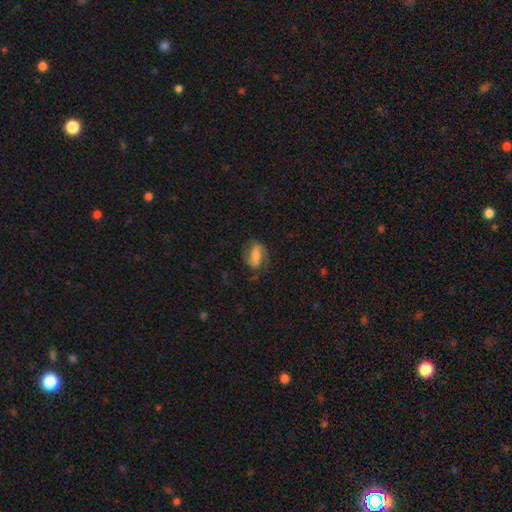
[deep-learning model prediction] Smooth or featured: smooth — 52% (featured or disk — 39%)
How rounded: in between — 84% (round — 11%)
Merging: none — 64% (minor disturbance — 22%)